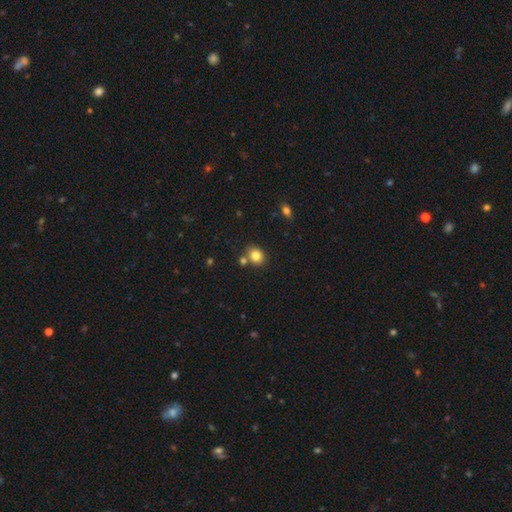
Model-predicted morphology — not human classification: A smooth galaxy with no disk features (83%) that is round (59%).

Vote fractions:
- Smooth or featured? smooth: 83% / star or artifact: 10% / featured or disk: 7%
- How rounded? round: 59% / in between: 40% / cigar-shaped: 1%
- Merging? none: 70% / merger: 17% / minor disturbance: 10% / major disturbance: 3%